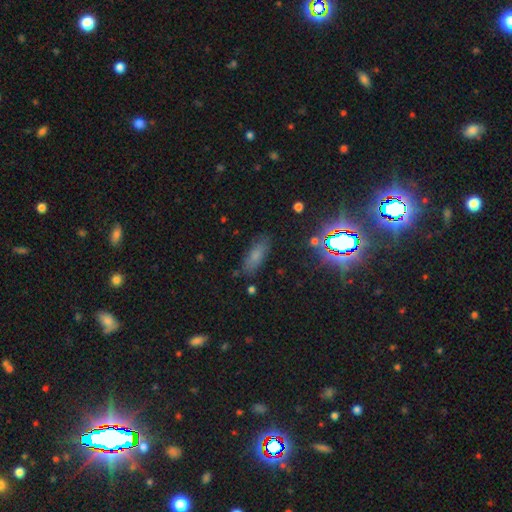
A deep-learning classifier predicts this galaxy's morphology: Smooth or featured? smooth (66%)
How rounded? in between (66%)
Merging? none (81%)